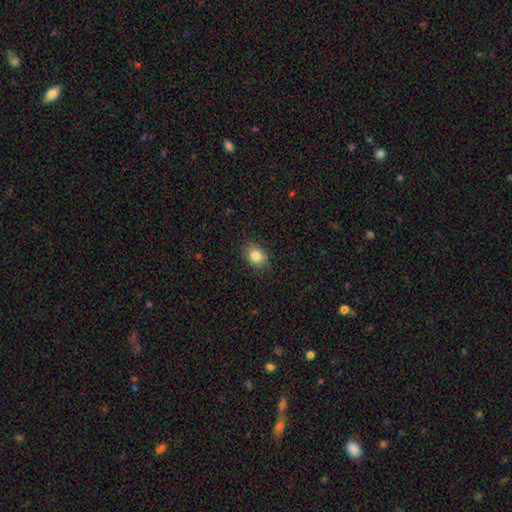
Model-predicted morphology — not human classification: This appears to be a smooth galaxy with no disk features (83%) that is in between round and cigar-shaped (59%). Merging: none (84%).